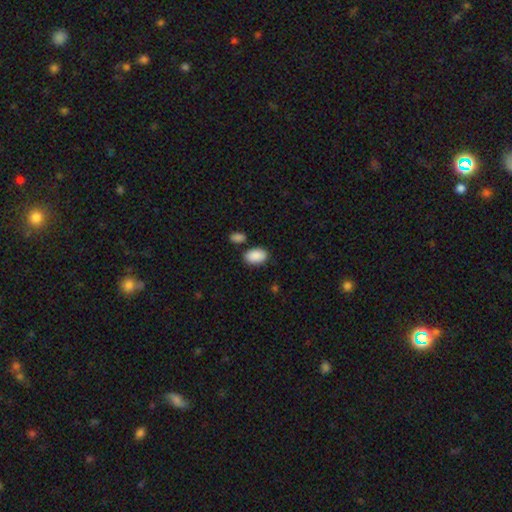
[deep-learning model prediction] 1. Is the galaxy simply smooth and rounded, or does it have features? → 90% smooth, 7% star or artifact, 3% featured or disk.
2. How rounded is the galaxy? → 92% in between, 6% round, 1% cigar-shaped.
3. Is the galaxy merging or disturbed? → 79% none, 11% minor disturbance, 7% merger, 3% major disturbance.